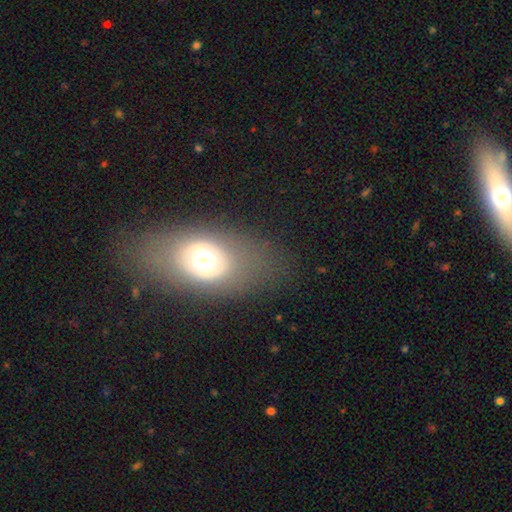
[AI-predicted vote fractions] Q: Smooth or featured?
A: smooth (44%); tied with: featured or disk (44%)
Q: Merging?
A: none (82%); runner-up: minor disturbance (10%)